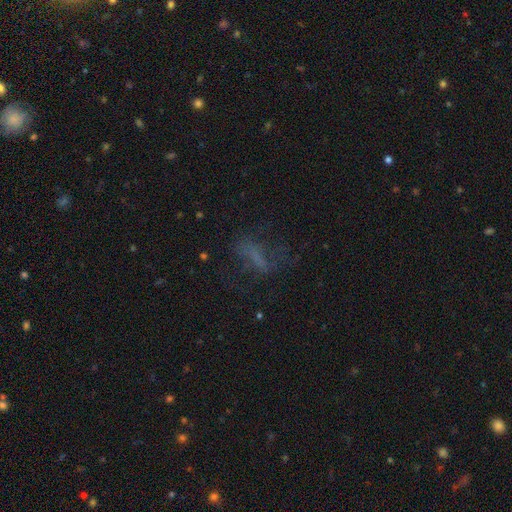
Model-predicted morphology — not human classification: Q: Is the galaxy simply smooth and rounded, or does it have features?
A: smooth — 42%.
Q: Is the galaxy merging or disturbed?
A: none — 52%.